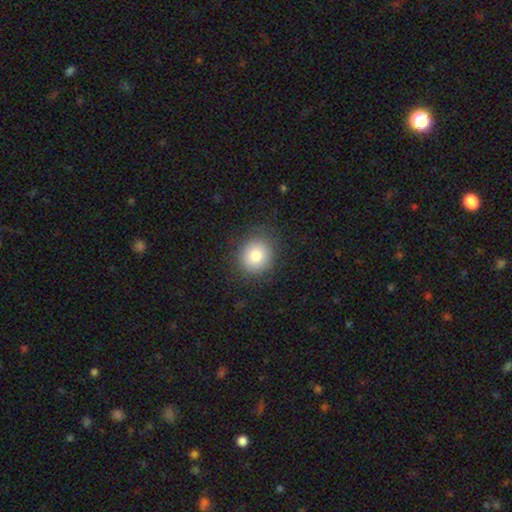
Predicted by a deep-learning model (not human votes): Smooth or featured: smooth — 80% (star or artifact — 10%)
How rounded: round — 84% (in between — 15%)
Merging: none — 86% (minor disturbance — 10%)